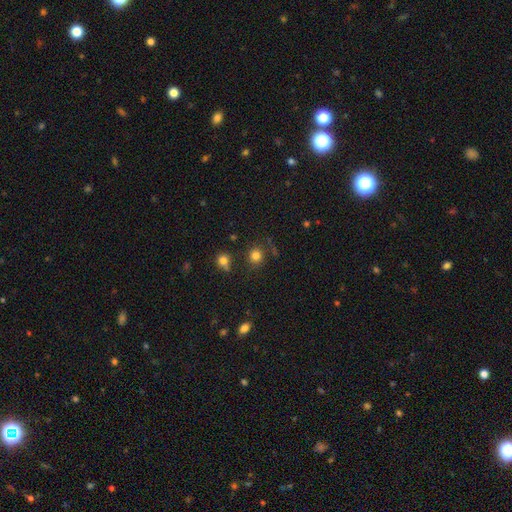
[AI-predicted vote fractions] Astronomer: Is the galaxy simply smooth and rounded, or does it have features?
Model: smooth — 80%.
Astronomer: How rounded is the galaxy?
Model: round — 89%.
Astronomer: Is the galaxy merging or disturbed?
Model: none — 79%.